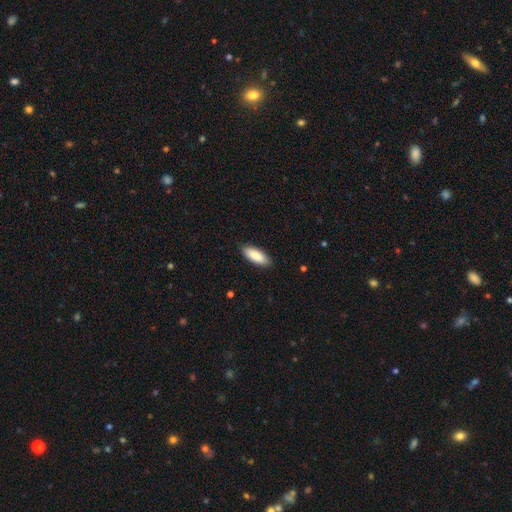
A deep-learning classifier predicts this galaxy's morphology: Overall: smooth (87%). How rounded: in between (75%). Merging: none (89%).